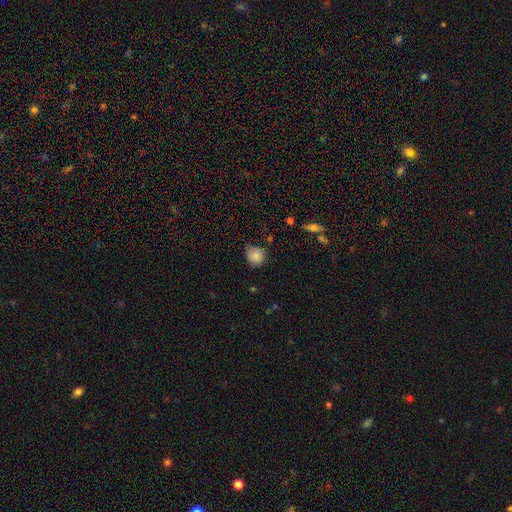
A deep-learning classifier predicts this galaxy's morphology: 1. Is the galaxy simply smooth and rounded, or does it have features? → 85% smooth, 9% star or artifact, 6% featured or disk.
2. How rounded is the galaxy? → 86% round, 13% in between, 1% cigar-shaped.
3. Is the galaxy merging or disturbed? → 66% none, 27% minor disturbance, 4% major disturbance, 2% merger.